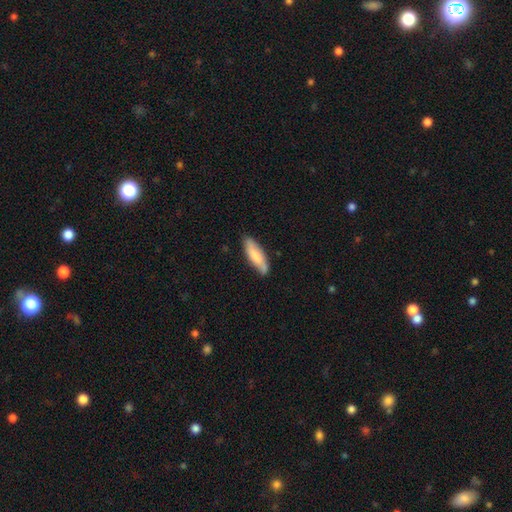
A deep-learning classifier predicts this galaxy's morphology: Overall: smooth (74%). How rounded: in between (51%; cigar-shaped 47%). Merging: none (78%).